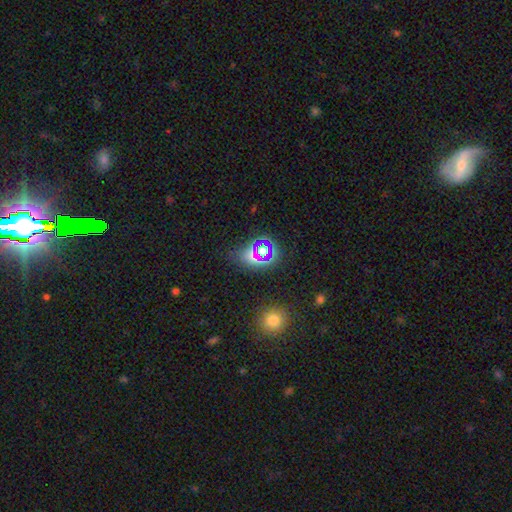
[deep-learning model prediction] Smooth or featured? Predicted: star or artifact (p=0.56).